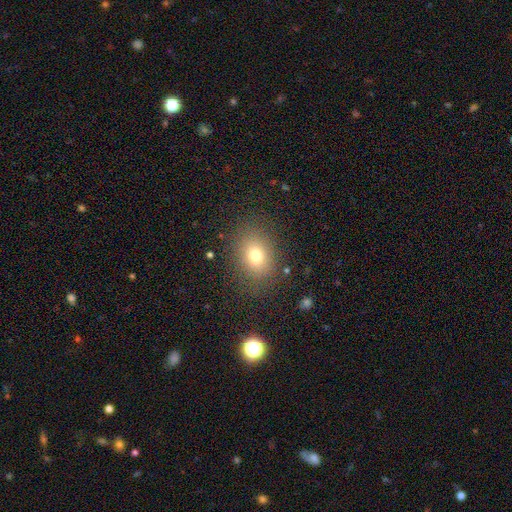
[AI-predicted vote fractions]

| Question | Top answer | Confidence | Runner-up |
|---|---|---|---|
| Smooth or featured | smooth | 75% | star or artifact (13%) |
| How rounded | in between | 62% | round (37%) |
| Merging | none | 84% | minor disturbance (10%) |